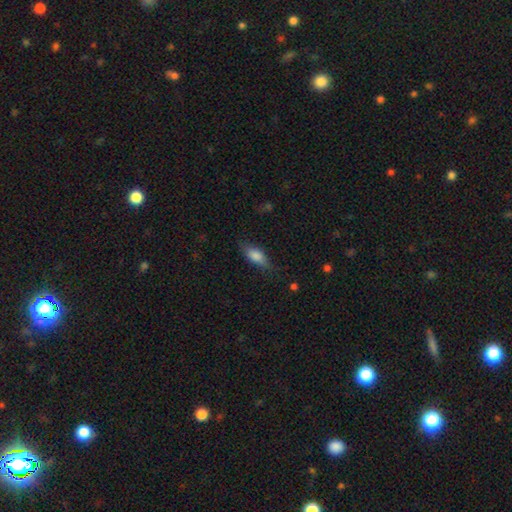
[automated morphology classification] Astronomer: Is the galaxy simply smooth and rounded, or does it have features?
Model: smooth — 79%.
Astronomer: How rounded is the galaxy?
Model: in between — 77%.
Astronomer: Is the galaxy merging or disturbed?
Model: none — 73%.